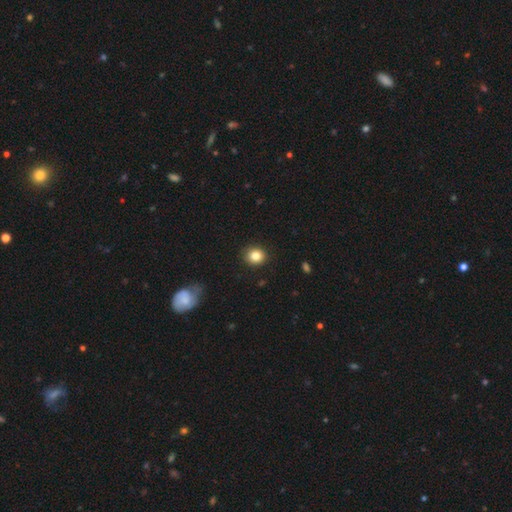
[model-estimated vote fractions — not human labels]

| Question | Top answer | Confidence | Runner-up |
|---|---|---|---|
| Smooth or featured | smooth | 84% | star or artifact (10%) |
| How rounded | round | 84% | in between (15%) |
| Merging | none | 90% | minor disturbance (7%) |